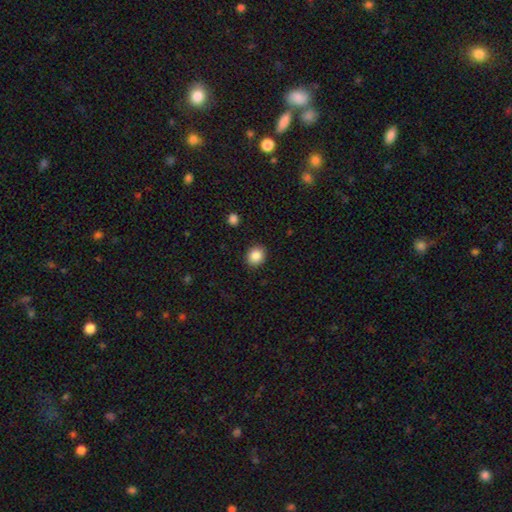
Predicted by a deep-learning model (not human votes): A smooth galaxy with no disk features (87%) that is round (74%).

Vote fractions:
- Smooth or featured? smooth: 87% / star or artifact: 9% / featured or disk: 4%
- How rounded? round: 74% / in between: 25% / cigar-shaped: 1%
- Merging? none: 90% / minor disturbance: 7% / major disturbance: 2% / merger: 1%